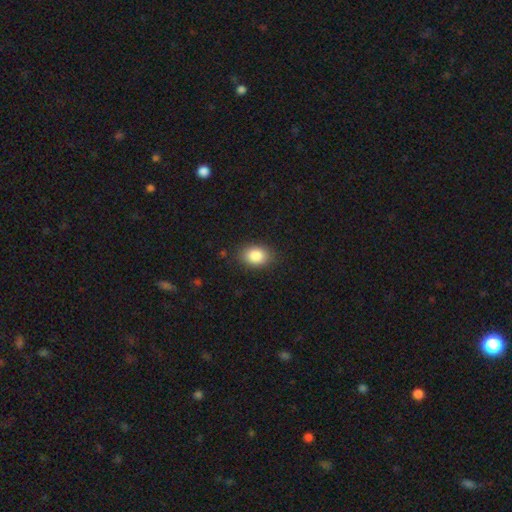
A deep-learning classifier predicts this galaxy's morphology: This appears to be a smooth galaxy with no disk features (86%) that is in between round and cigar-shaped (76%). Merging: none (85%).